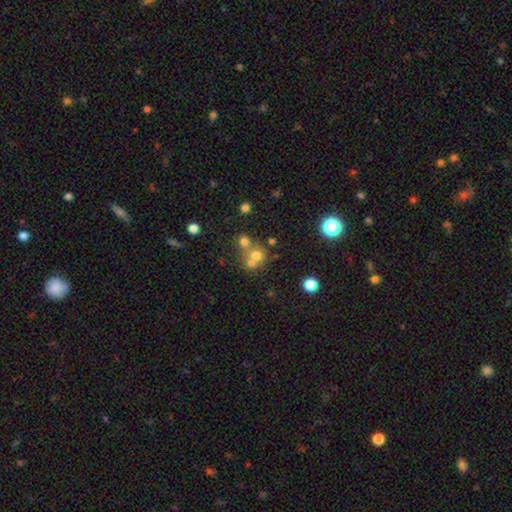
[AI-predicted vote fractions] This is likely a smooth galaxy (65%). How rounded: clearly round (84%). Merging: possibly merger (48%).